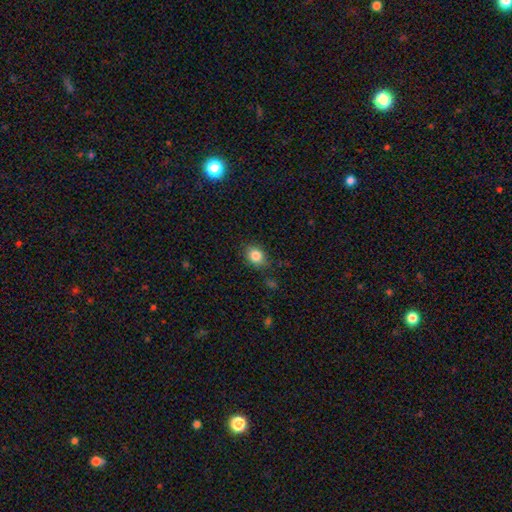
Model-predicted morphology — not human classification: The model was most divided on "how rounded": round: 52%, in between: 47%, cigar-shaped: 1%. More confident: smooth or featured — smooth (84%); merging — none (78%).